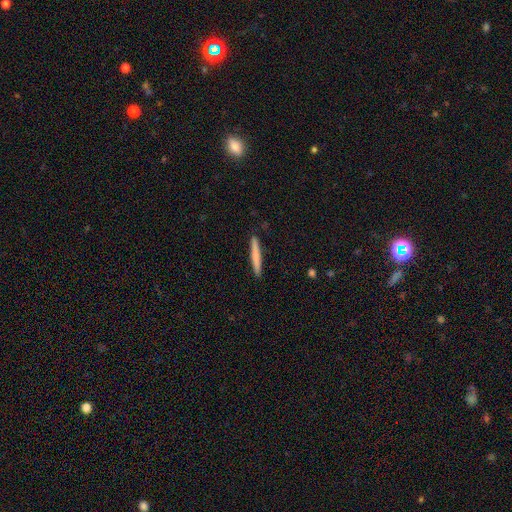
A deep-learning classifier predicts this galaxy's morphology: Smooth or featured? smooth (73%)
How rounded? cigar-shaped (96%)
Merging? none (92%)